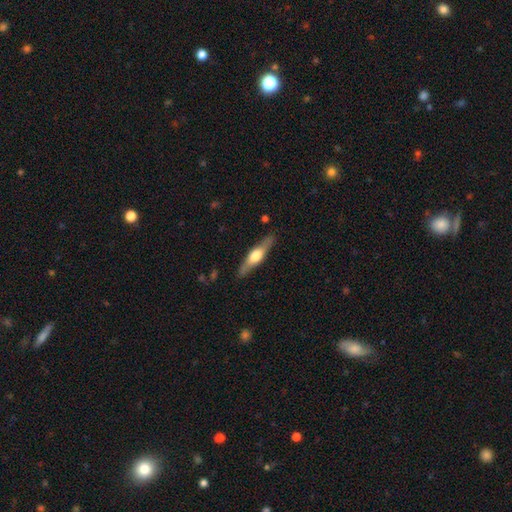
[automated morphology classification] smooth-or-featured: featured or disk: 57% | smooth: 38% | star or artifact: 5%
  disk-edge-on: yes: 93% | no: 7%
    edge-on-bulge: rounded: 91% | boxy: 6% | none: 3%
  merging: none: 87% | minor disturbance: 10% | major disturbance: 2% | merger: 1%